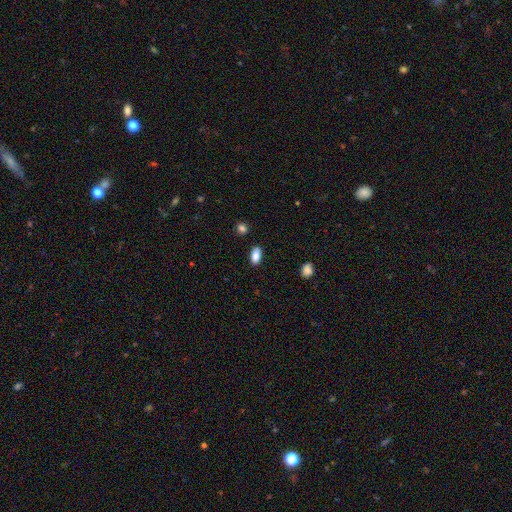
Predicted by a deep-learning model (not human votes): Smooth or featured: smooth — 87% (star or artifact — 8%)
How rounded: in between — 91% (cigar-shaped — 6%)
Merging: none — 87% (minor disturbance — 9%)